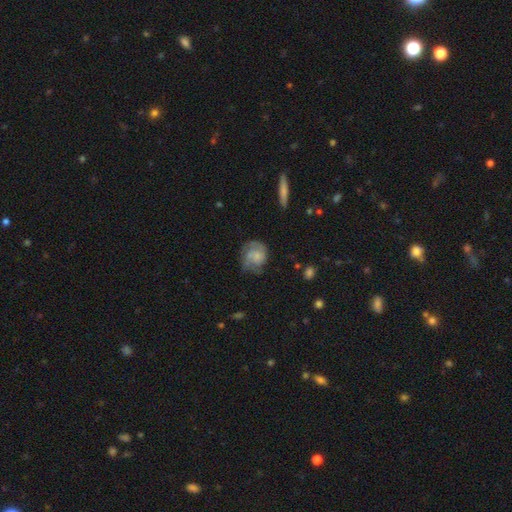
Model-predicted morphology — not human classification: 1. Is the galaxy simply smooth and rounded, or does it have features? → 47% smooth, 45% featured or disk, 8% star or artifact.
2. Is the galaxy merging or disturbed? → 55% none, 26% minor disturbance, 17% major disturbance, 2% merger.